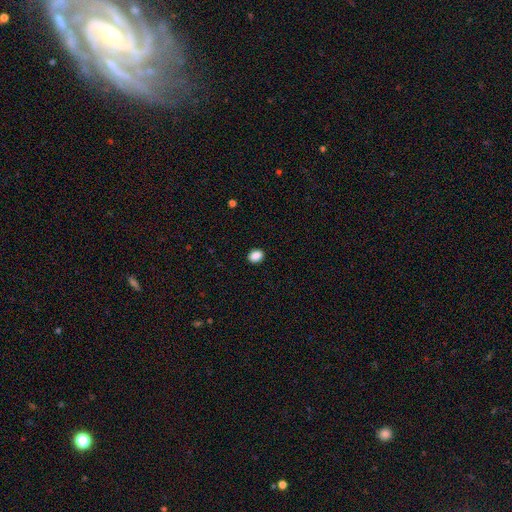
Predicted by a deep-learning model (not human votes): A smooth galaxy with no disk features (89%) that is in between round and cigar-shaped (54%). Merging: none (90%).